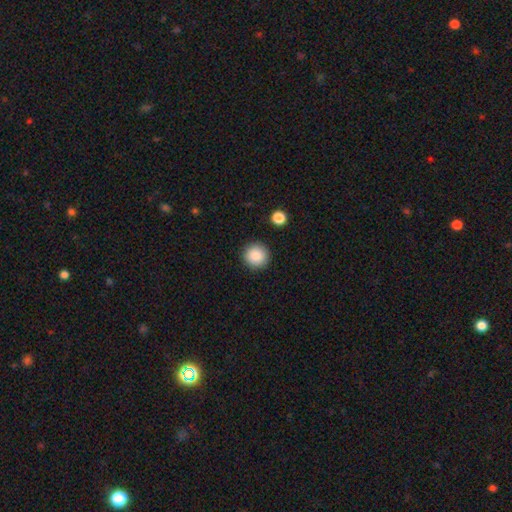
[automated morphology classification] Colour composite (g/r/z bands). It shows a smooth galaxy with no disk features (87%) that is round (95%). Merging: none (91%).